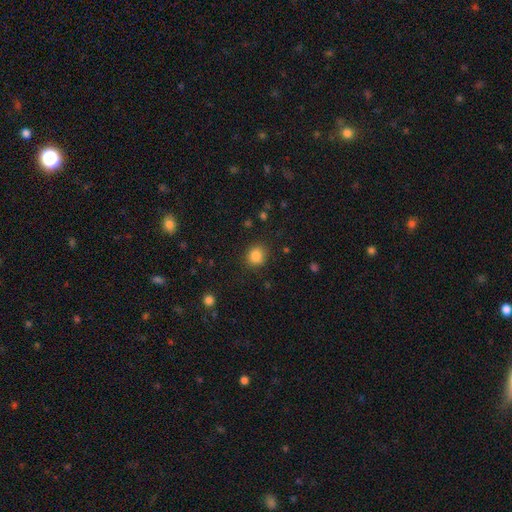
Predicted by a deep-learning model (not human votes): Q: Smooth or featured?
A: smooth (85%); runner-up: star or artifact (11%)
Q: How rounded?
A: round (80%); runner-up: in between (19%)
Q: Merging?
A: none (87%); runner-up: minor disturbance (9%)